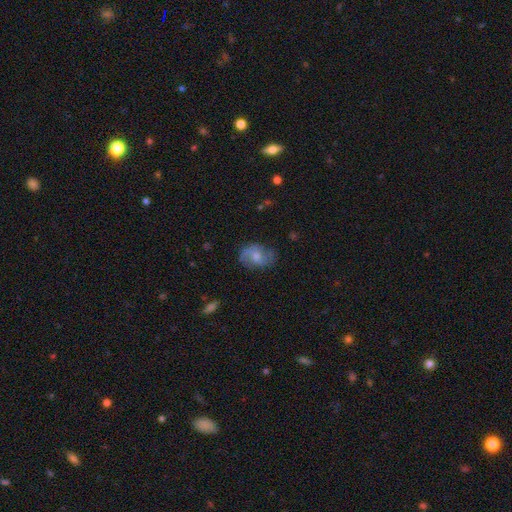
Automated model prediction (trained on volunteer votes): Q: Smooth or featured?
A: featured or disk (52%); runner-up: smooth (40%)
Q: Edge-on disk?
A: no (96%); runner-up: yes (4%)
Q: Merging?
A: none (65%); runner-up: minor disturbance (24%)